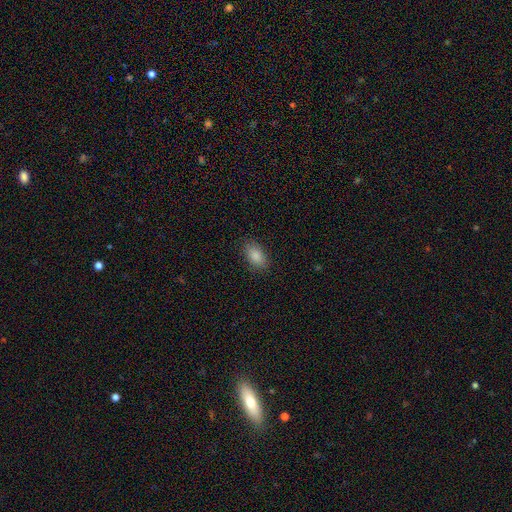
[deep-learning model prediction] Q: Smooth or featured?
A: smooth (86%); runner-up: star or artifact (8%)
Q: How rounded?
A: in between (92%); runner-up: round (6%)
Q: Merging?
A: none (86%); runner-up: minor disturbance (11%)